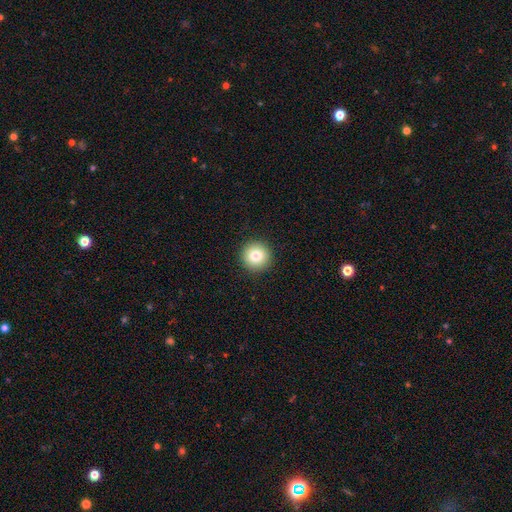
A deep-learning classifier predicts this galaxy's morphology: smooth-or-featured: smooth: 81% | star or artifact: 10% | featured or disk: 9%
  how-rounded: round: 96% | in between: 3% | cigar-shaped: 1%
  merging: none: 93% | minor disturbance: 5% | major disturbance: 2% | merger: 1%